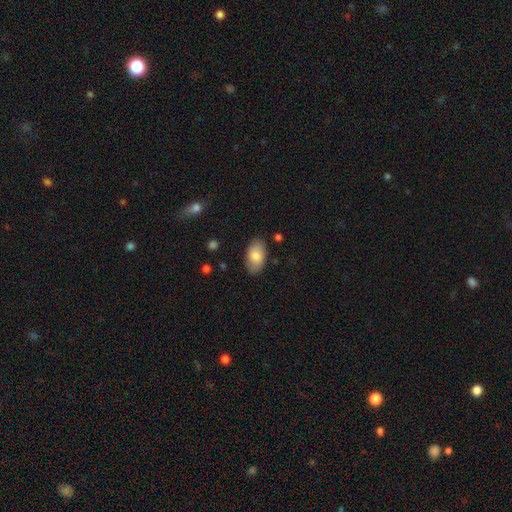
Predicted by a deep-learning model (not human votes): smooth_or_featured: smooth (p=0.81) [alt: featured or disk p=0.13]
how_rounded: in between (p=0.94) [alt: round p=0.04]
merging: none (p=0.84) [alt: minor disturbance p=0.12]